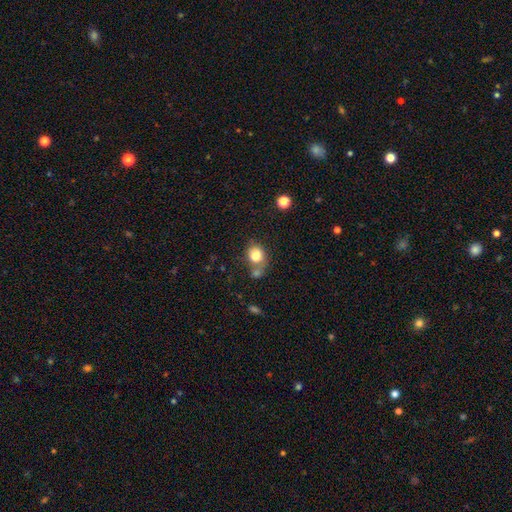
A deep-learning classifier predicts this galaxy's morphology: The model was most divided on "merging": none: 47%, merger: 31%, minor disturbance: 16%, major disturbance: 7%. More confident: smooth or featured — smooth (80%); how rounded — round (62%).